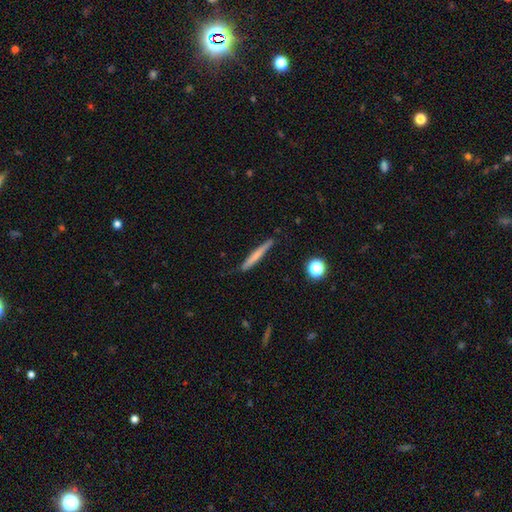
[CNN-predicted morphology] type=smooth (59%); roundness=cigar-shaped (95%); merging=none (84%).